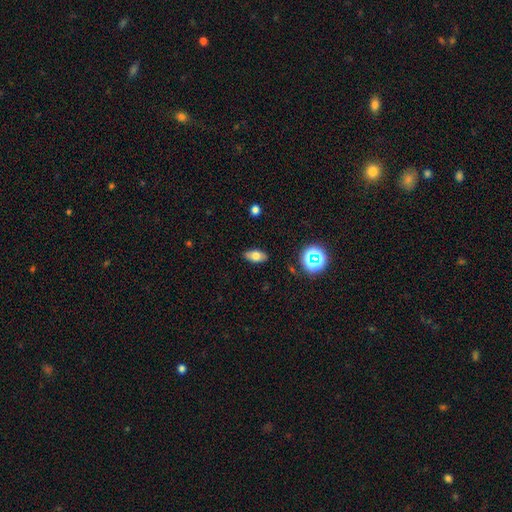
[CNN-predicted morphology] smooth-or-featured: smooth: 71% | featured or disk: 16% | star or artifact: 12%
  how-rounded: in between: 88% | round: 6% | cigar-shaped: 5%
  merging: none: 87% | minor disturbance: 10% | major disturbance: 2% | merger: 1%